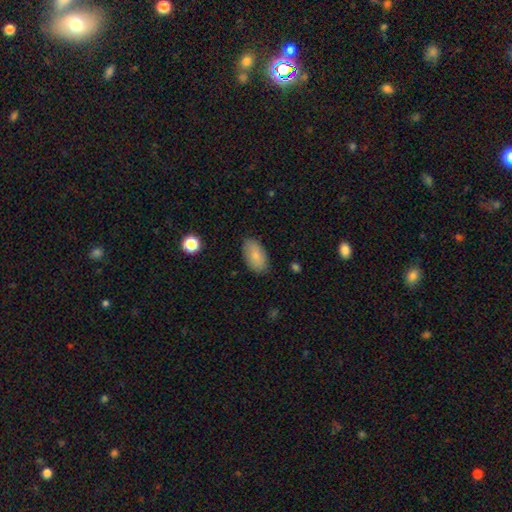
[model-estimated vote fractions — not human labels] Smooth or featured? Predicted: smooth (p=0.83). How rounded? Predicted: in between (p=0.94). Merging? Predicted: none (p=0.85).